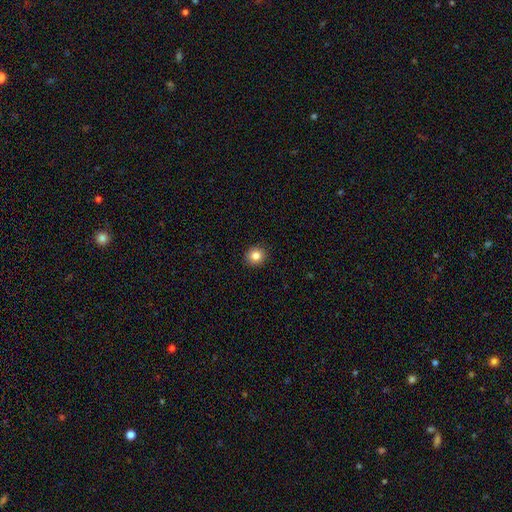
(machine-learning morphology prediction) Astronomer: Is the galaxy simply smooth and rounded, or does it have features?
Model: smooth — 84%.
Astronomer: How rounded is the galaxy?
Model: round — 89%.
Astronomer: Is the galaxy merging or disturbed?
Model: none — 92%.